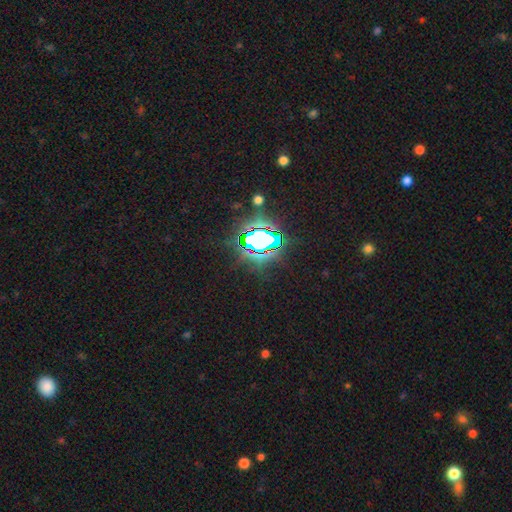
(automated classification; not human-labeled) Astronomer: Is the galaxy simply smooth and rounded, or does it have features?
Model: star or artifact — 83%.